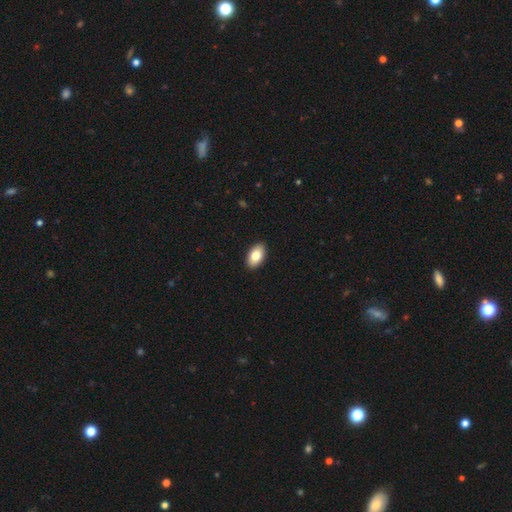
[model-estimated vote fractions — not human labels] Q: Smooth or featured?
A: smooth (81%); runner-up: featured or disk (13%)
Q: How rounded?
A: in between (94%); runner-up: round (4%)
Q: Merging?
A: none (91%); runner-up: minor disturbance (6%)